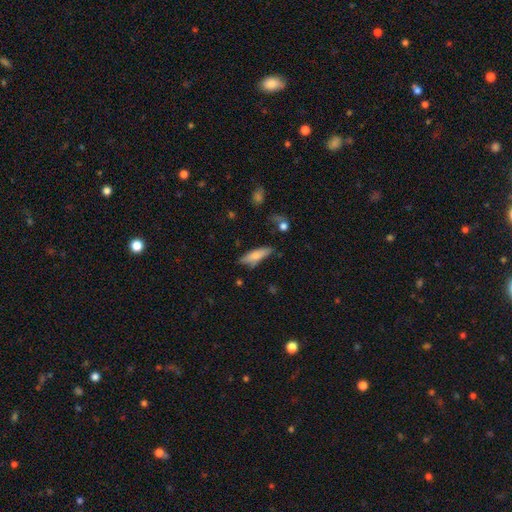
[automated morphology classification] Smooth or featured? smooth (74%)
How rounded? cigar-shaped (52%)
Merging? none (70%)